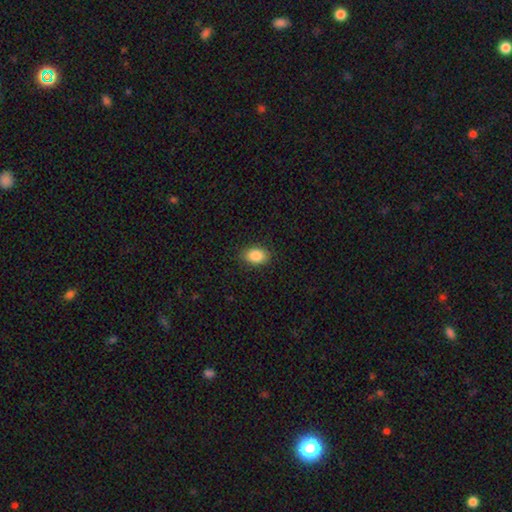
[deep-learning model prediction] A smooth galaxy with no disk features (87%) that is in between round and cigar-shaped (84%). Merging: none (88%).